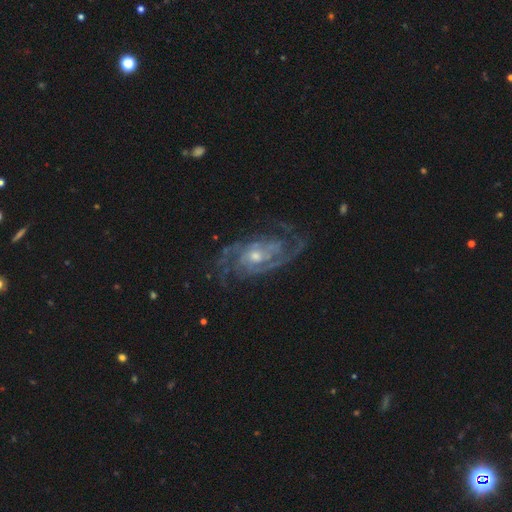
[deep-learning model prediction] Morphology: type=featured or disk (90%); edge-on=no (96%); bar=no (62%); spiral arms=yes (97%); winding=tight (50%); arm count=2 (41%); bulge=moderate (49%); merging=none (74%).